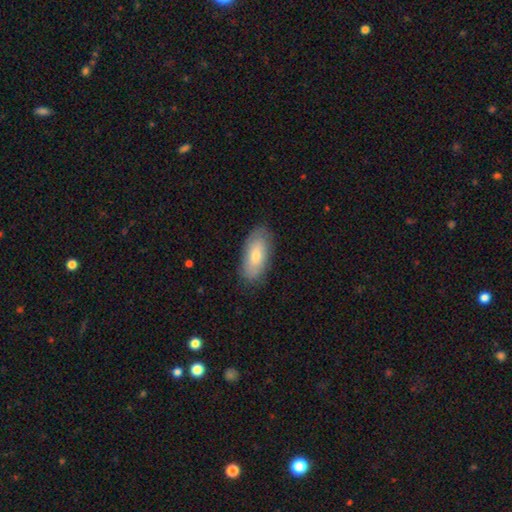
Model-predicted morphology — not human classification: type=smooth (72%); roundness=in between (89%); merging=none (82%).